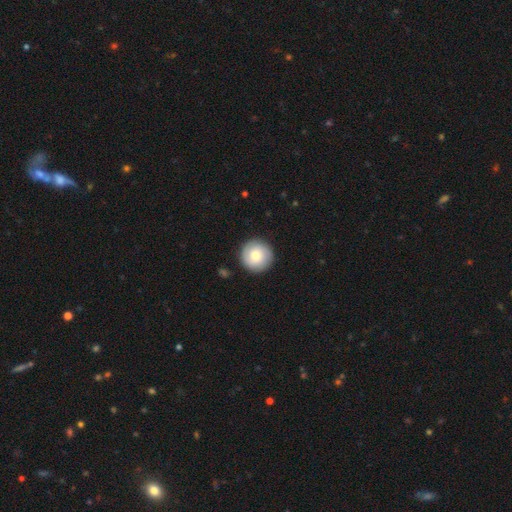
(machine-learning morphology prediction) Smooth or featured? smooth (71%)
How rounded? round (96%)
Merging? none (90%)